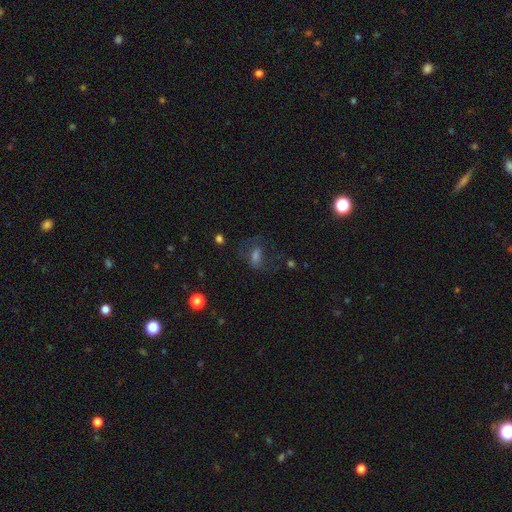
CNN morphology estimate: smooth-or-featured: smooth: 43% | featured or disk: 32% | star or artifact: 25%
  merging: none: 57% | major disturbance: 22% | minor disturbance: 18% | merger: 2%